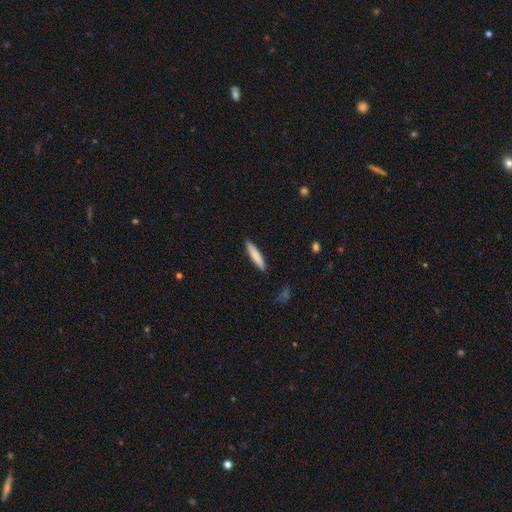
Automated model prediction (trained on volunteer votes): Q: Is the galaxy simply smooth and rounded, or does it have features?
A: smooth — 82%.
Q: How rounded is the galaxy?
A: cigar-shaped — 85%.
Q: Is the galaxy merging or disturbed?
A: none — 88%.